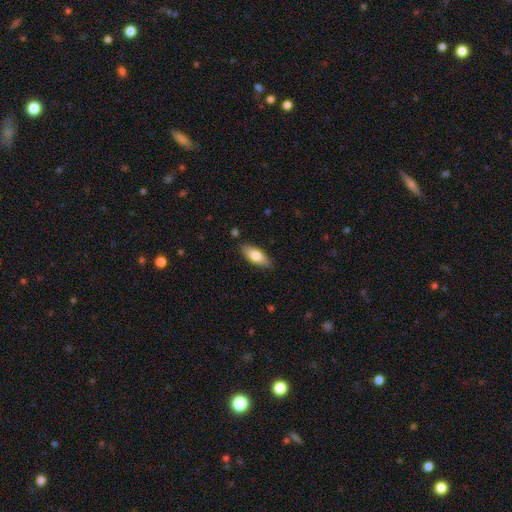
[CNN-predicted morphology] The model was most divided on "smooth or featured": smooth: 72%, featured or disk: 22%, star or artifact: 6%. More confident: merging — none (85%); how rounded — in between (75%).